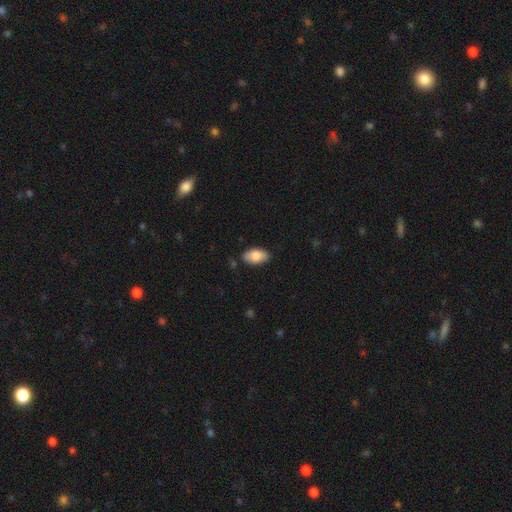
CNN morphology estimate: Smooth or featured? smooth (81%)
How rounded? in between (94%)
Merging? none (82%)